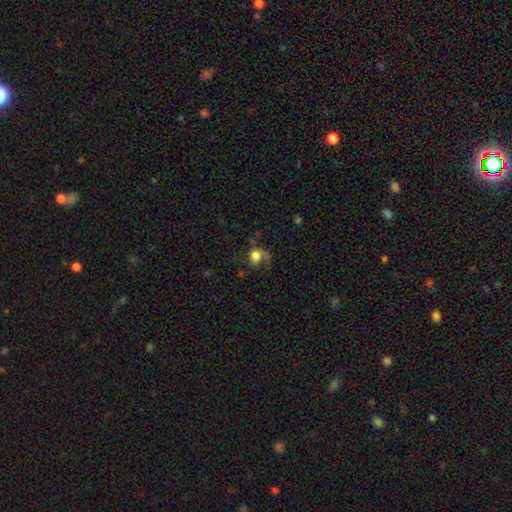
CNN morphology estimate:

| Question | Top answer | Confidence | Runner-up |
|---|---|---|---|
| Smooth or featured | smooth | 62% | featured or disk (27%) |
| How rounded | round | 72% | in between (27%) |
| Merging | none | 42% | major disturbance (33%) |